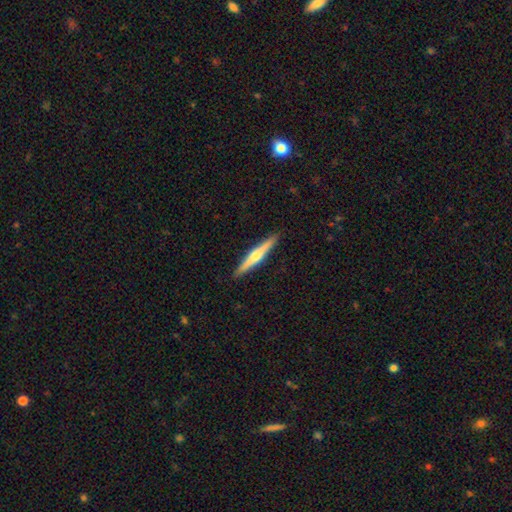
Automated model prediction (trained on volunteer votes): This appears to be a featured or disk galaxy (60%) viewed edge-on (97%) with a rounded central bulge (83%). Merging: none (91%).